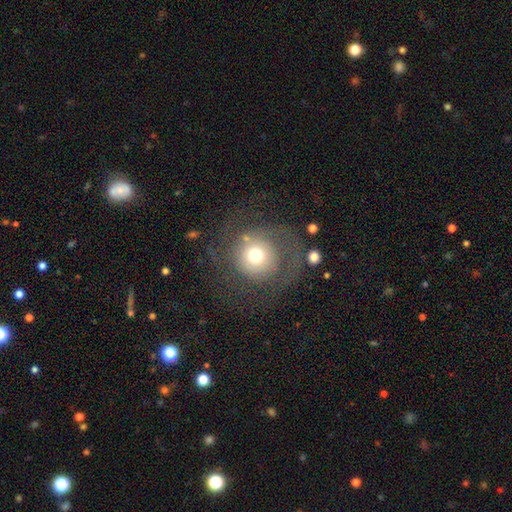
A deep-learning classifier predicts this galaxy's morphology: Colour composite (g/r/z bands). It shows a smooth galaxy with no disk features (56%) that is round (93%). Merging: none (57%).